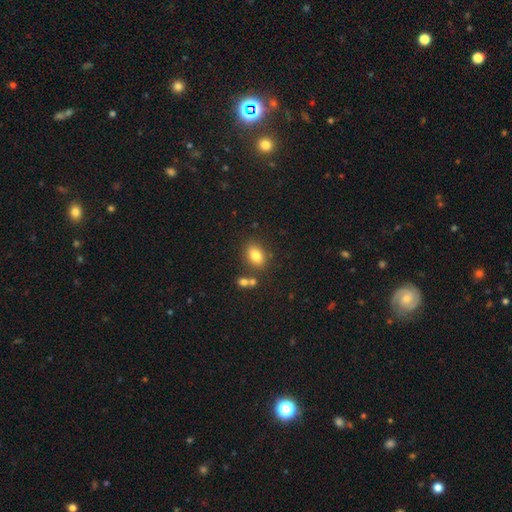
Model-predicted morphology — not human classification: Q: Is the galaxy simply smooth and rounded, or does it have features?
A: smooth — 82%.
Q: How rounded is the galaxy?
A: in between — 80%.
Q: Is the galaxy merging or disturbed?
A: none — 74%.